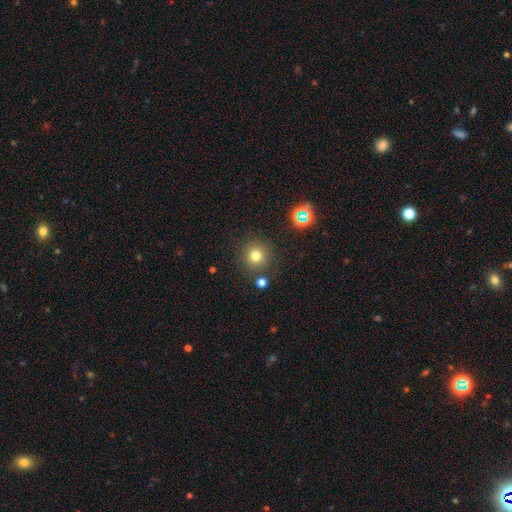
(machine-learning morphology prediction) smooth 74%, star or artifact 18%, featured or disk 8%. Down the decision tree: how rounded — round (94%); merging — none (85%).